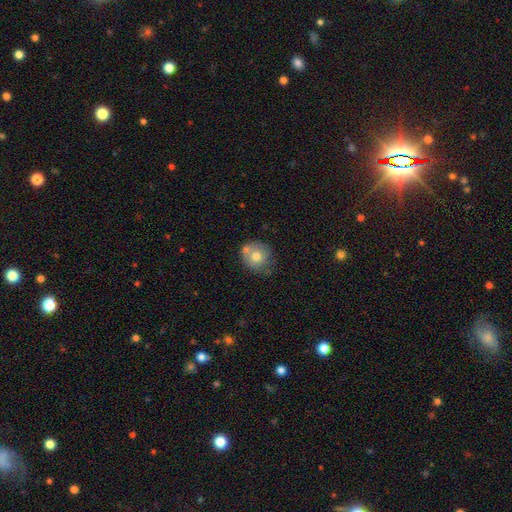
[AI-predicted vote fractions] Smooth or featured? Predicted: smooth (p=0.70). How rounded? Predicted: round (p=0.80). Merging? Predicted: none (p=0.49).